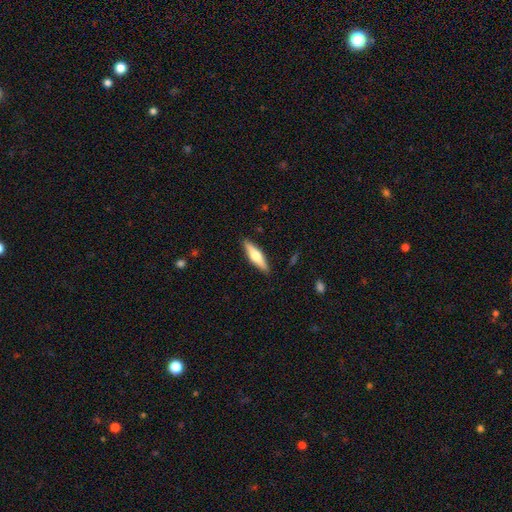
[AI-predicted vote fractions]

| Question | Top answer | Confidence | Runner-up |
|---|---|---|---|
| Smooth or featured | smooth | 47% | tied: featured or disk (47%) |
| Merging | none | 90% | minor disturbance (8%) |